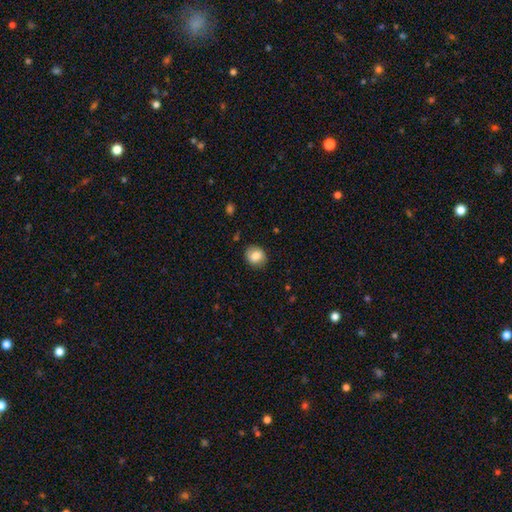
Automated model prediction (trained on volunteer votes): Q: Smooth or featured?
A: smooth (78%); runner-up: featured or disk (14%)
Q: How rounded?
A: round (75%); runner-up: in between (24%)
Q: Merging?
A: none (84%); runner-up: minor disturbance (12%)